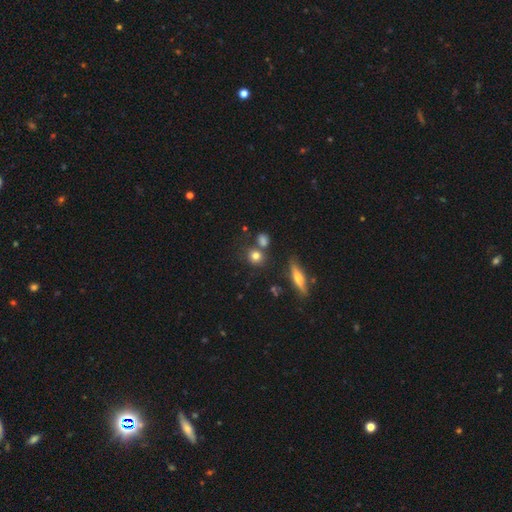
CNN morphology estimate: Smooth or featured? smooth (75%)
How rounded? round (78%)
Merging? none (69%)